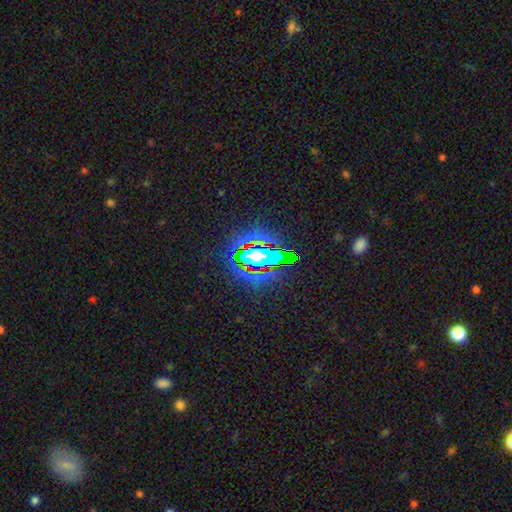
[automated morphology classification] The model was most divided on "smooth or featured": star or artifact: 61%, smooth: 24%, featured or disk: 15%.